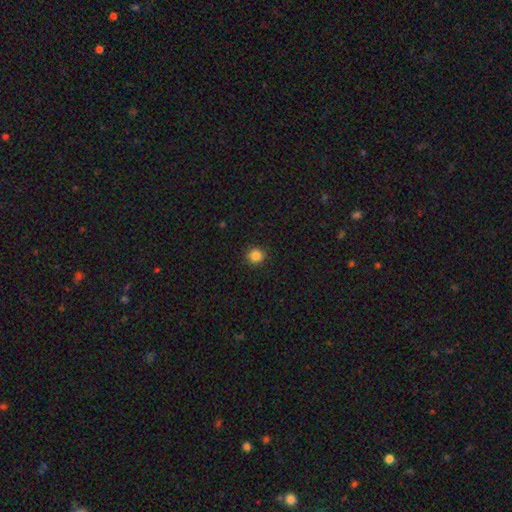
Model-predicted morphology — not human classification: A smooth galaxy with no disk features (85%) that is round (92%). Merging: none (92%).